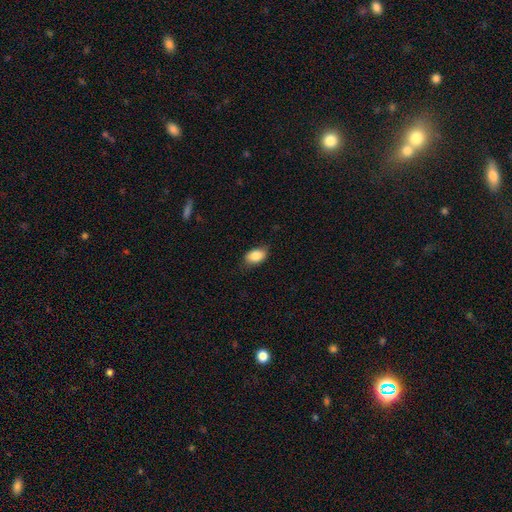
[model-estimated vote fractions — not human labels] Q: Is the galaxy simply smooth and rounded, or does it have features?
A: smooth — 86%.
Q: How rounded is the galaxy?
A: in between — 87%.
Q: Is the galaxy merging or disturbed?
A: none — 77%.